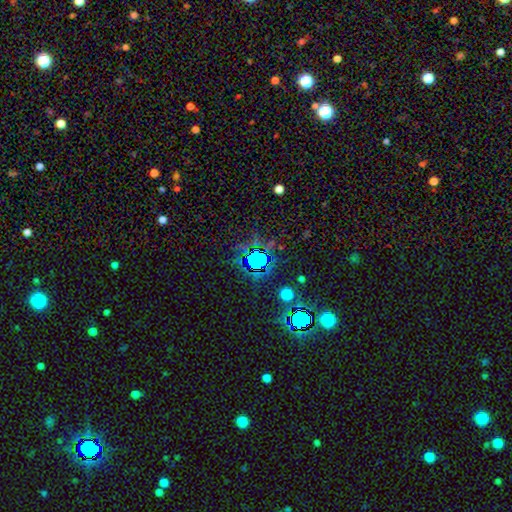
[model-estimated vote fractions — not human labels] Smooth or featured: star or artifact — 65% (smooth — 24%)